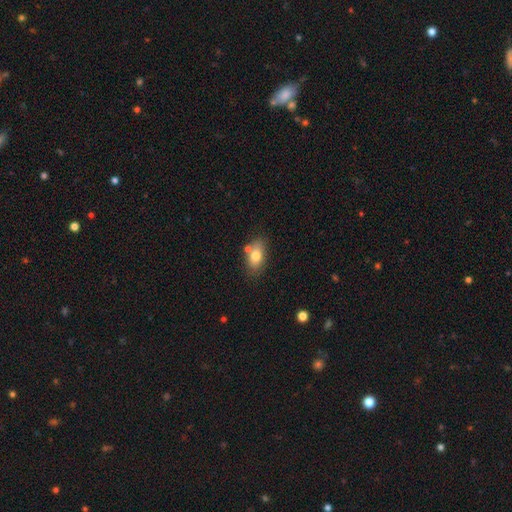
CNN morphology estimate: Smooth or featured: smooth — 75% (featured or disk — 17%)
How rounded: in between — 86% (round — 11%)
Merging: none — 68% (minor disturbance — 15%)